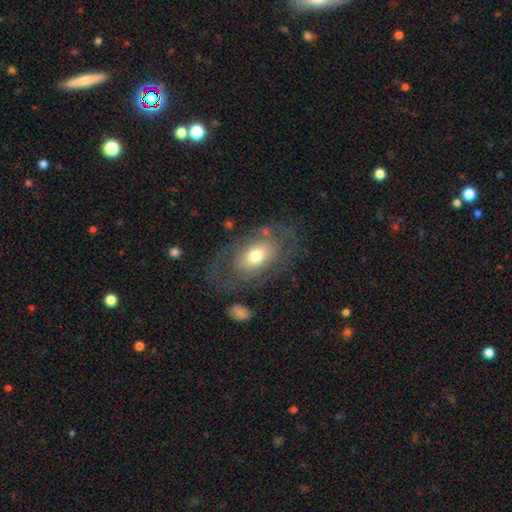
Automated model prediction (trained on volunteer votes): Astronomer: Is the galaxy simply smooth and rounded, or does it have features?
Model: featured or disk — 52% (runner-up: smooth, 41%).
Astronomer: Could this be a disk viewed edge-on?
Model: no — 90%.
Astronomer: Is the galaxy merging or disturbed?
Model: none — 66%.